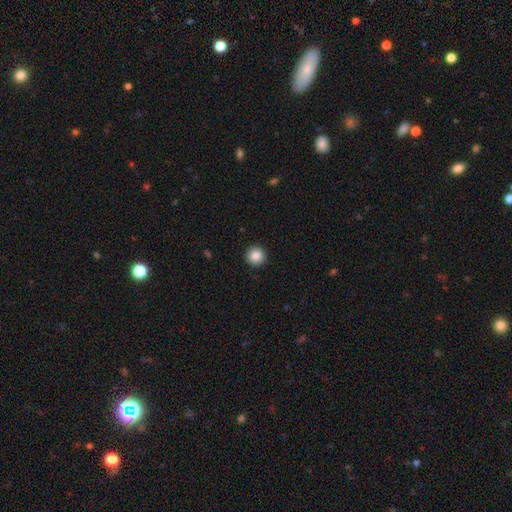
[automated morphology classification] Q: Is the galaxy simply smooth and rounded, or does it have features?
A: smooth — 87%.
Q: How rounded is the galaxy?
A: round — 95%.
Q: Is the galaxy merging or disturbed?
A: none — 93%.